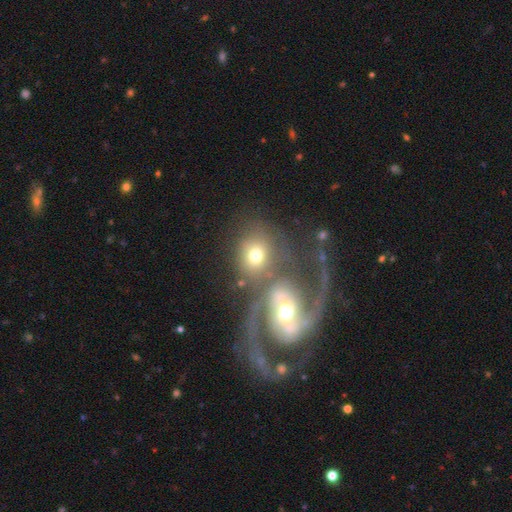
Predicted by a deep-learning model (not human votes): Overall: smooth (59%; featured or disk 28%). How rounded: round (64%; in between 35%). Merging: merger (45%; none 33%).